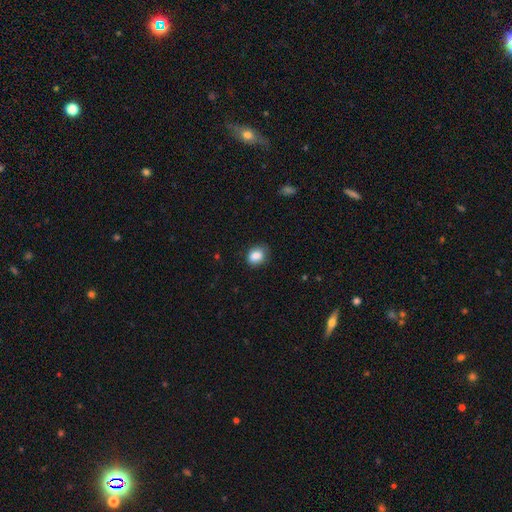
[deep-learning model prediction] The model was most divided on "how rounded": in between: 54%, round: 45%, cigar-shaped: 1%. More confident: smooth or featured — smooth (86%); merging — none (74%).